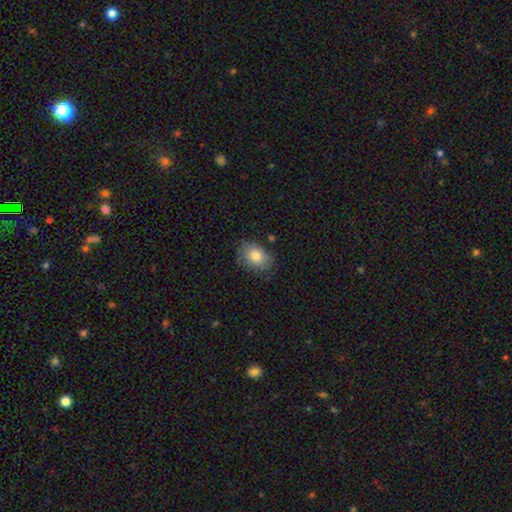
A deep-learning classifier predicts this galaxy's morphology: smooth-or-featured: smooth: 83% | featured or disk: 10% | star or artifact: 8%
  how-rounded: in between: 75% | round: 24% | cigar-shaped: 1%
  merging: none: 73% | minor disturbance: 20% | major disturbance: 5% | merger: 2%